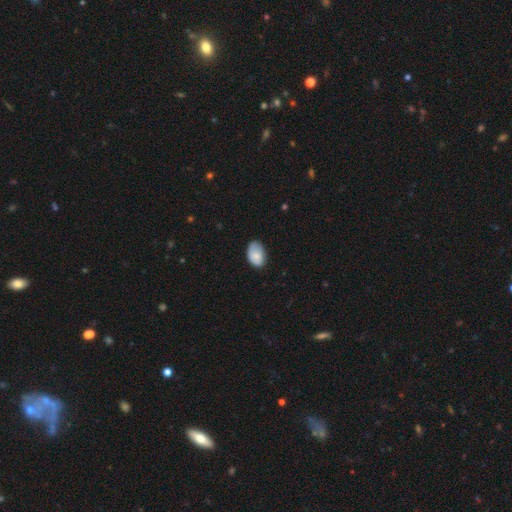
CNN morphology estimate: smooth-or-featured: smooth: 81% | featured or disk: 12% | star or artifact: 7%
  how-rounded: in between: 87% | round: 12% | cigar-shaped: 1%
  merging: none: 66% | minor disturbance: 28% | major disturbance: 5% | merger: 1%